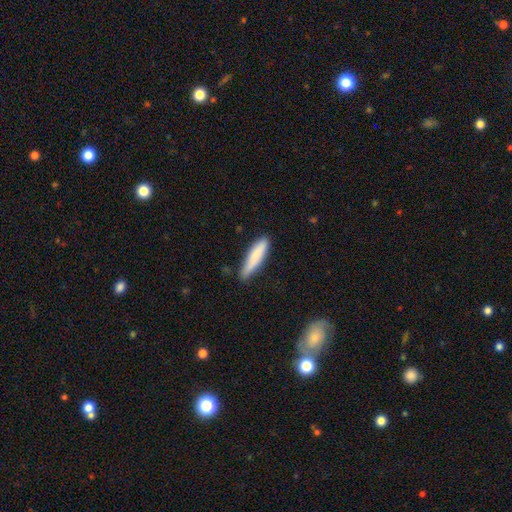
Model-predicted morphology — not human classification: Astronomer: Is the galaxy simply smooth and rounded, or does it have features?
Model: smooth — 80%.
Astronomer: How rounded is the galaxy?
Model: cigar-shaped — 82%.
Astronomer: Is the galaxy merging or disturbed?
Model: none — 78%.